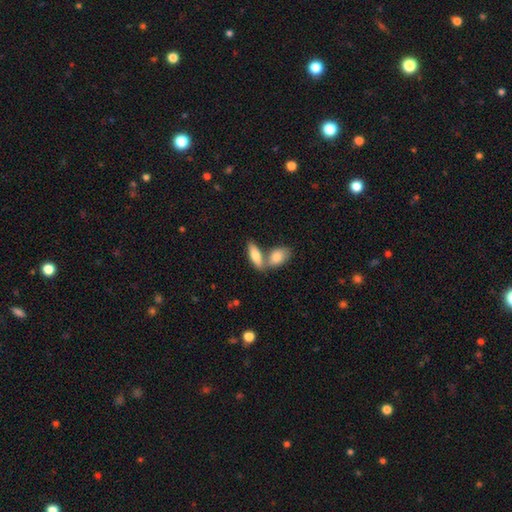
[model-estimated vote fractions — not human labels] smooth-or-featured: smooth: 75% | featured or disk: 19% | star or artifact: 5%
  how-rounded: in between: 68% | cigar-shaped: 29% | round: 3%
  merging: merger: 48% | none: 41% | minor disturbance: 8% | major disturbance: 3%